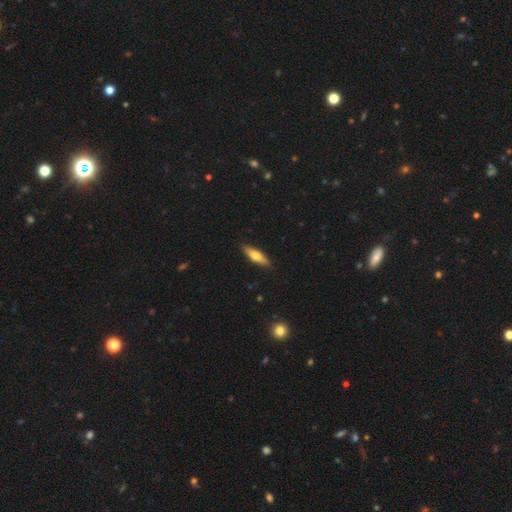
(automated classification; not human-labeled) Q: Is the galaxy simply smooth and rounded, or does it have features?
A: smooth — 61%.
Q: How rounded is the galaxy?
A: cigar-shaped — 57%.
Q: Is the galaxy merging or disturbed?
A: none — 88%.